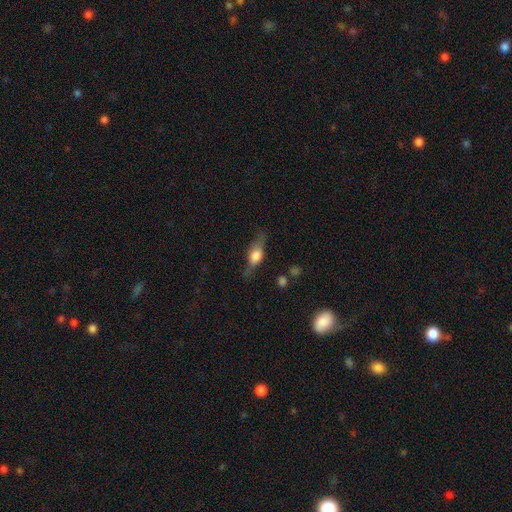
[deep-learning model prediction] featured or disk 47%, smooth 45%, star or artifact 8%. Down the decision tree: merging — none (67%).